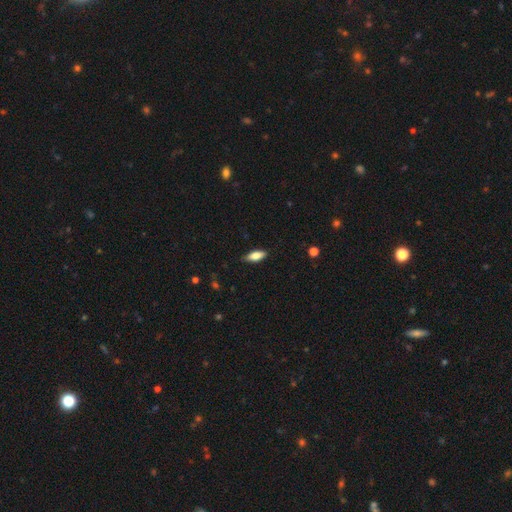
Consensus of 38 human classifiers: Overall: smooth (79%). How rounded: in between (87%). Merging: none (81%).